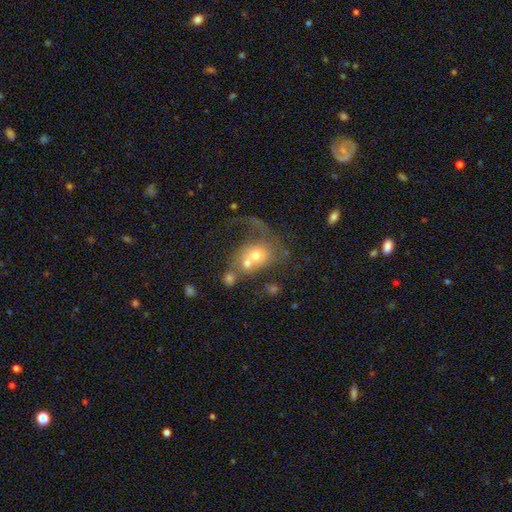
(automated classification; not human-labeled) Overall: smooth (48%; featured or disk 39%). Merging: merger (55%; major disturbance 21%).